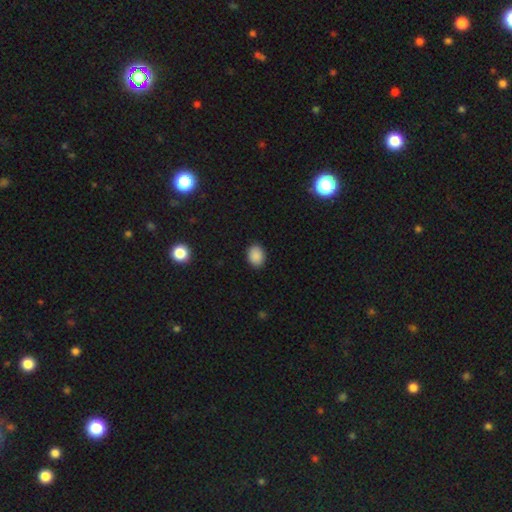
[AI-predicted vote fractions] Smooth or featured: smooth — 88% (star or artifact — 9%)
How rounded: in between — 63% (round — 36%)
Merging: none — 89% (minor disturbance — 8%)